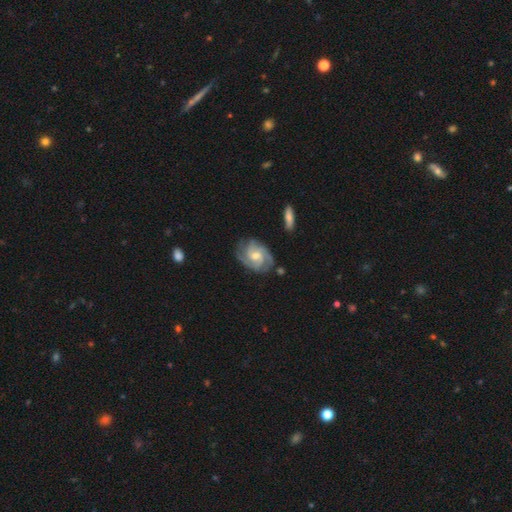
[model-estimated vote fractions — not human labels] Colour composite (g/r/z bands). It shows a featured or disk galaxy (86%) with no bar (54%), 3 (41%) tight (59%) spiral arms (97%) and a moderate central bulge (63%). Merging: none (75%).